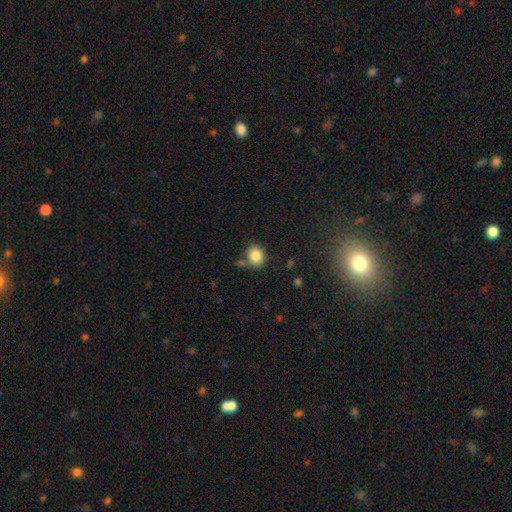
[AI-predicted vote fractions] Morphology: type=smooth (85%); roundness=round (66%); merging=none (72%).